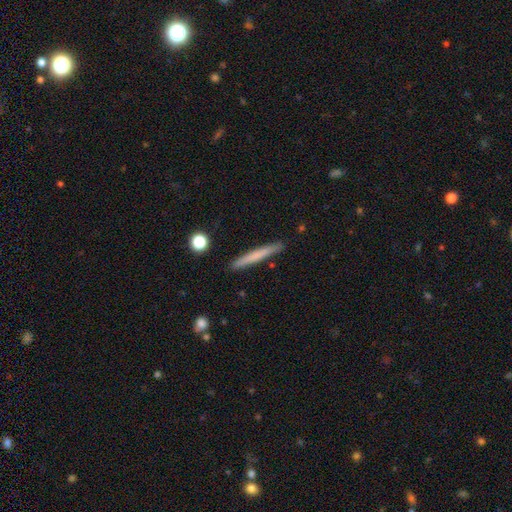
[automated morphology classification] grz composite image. It shows a smooth galaxy with no disk features (65%) that is cigar-shaped (96%). Merging: none (90%).